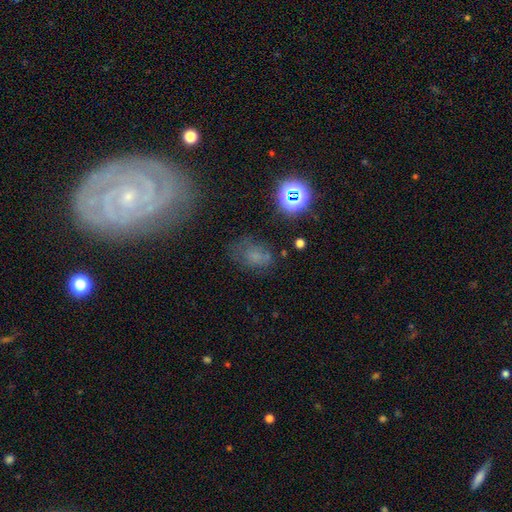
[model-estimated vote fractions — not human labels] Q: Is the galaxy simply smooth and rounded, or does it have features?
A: smooth — 56%.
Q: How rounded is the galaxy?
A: in between — 68%.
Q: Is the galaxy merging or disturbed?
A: none — 57%.